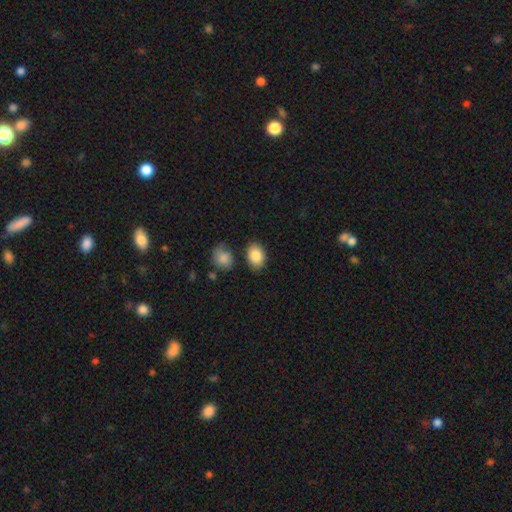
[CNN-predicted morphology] A smooth galaxy with no disk features (86%) that is in between round and cigar-shaped (80%). Merging: none (80%).